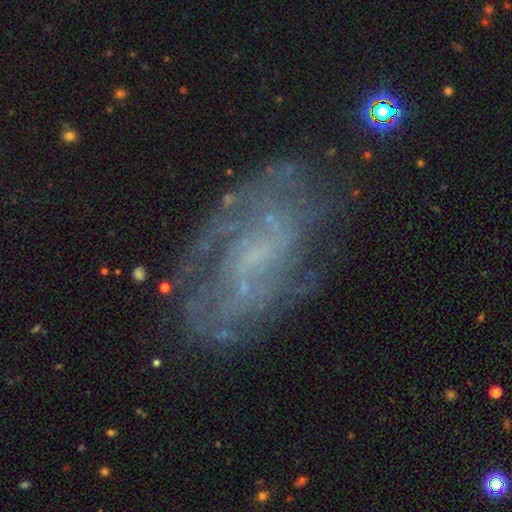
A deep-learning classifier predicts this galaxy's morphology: smooth-or-featured: featured or disk: 74% | smooth: 14% | star or artifact: 13%
  disk-edge-on: no: 95% | yes: 5%
    bar: no: 56% | weak: 36% | strong: 8%
    has-spiral-arms: yes: 80% | no: 20%
      spiral-winding: tight: 41% | medium: 39% | loose: 20%
      spiral-arm-count: can't tell: 46% | 2: 30% | 3: 9% | 1: 5% | 4: 5% | more than 4: 4%
    bulge-size: small: 51% | none: 38% | moderate: 9% | large: 1% | dominant: 1%
  merging: none: 69% | minor disturbance: 18% | major disturbance: 11% | merger: 2%